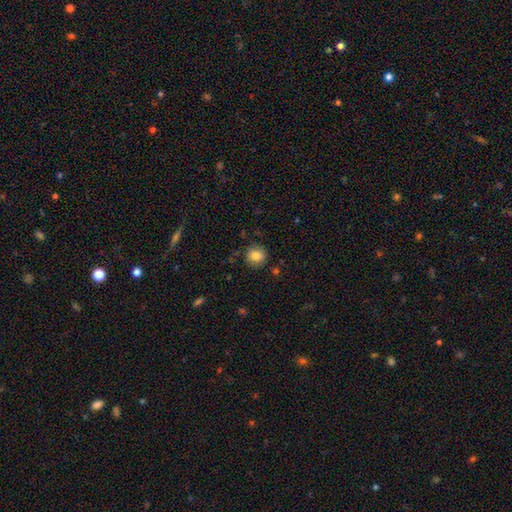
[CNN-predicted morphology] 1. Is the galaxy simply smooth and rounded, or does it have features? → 83% smooth, 10% star or artifact, 7% featured or disk.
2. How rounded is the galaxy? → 91% round, 8% in between, 1% cigar-shaped.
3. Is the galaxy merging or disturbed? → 88% none, 8% minor disturbance, 2% major disturbance, 2% merger.